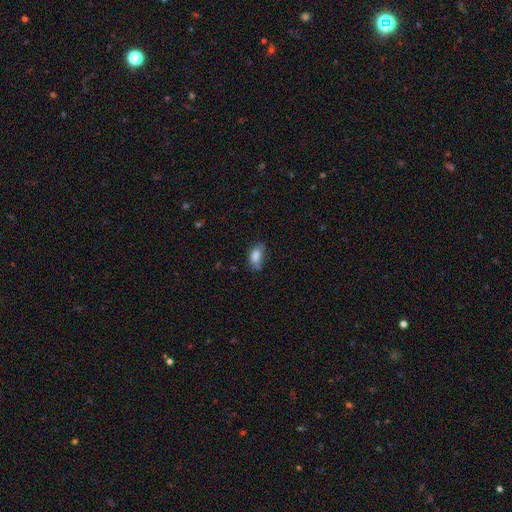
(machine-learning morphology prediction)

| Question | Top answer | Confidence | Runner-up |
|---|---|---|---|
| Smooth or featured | smooth | 79% | featured or disk (13%) |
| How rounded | in between | 88% | cigar-shaped (6%) |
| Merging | none | 54% | minor disturbance (32%) |